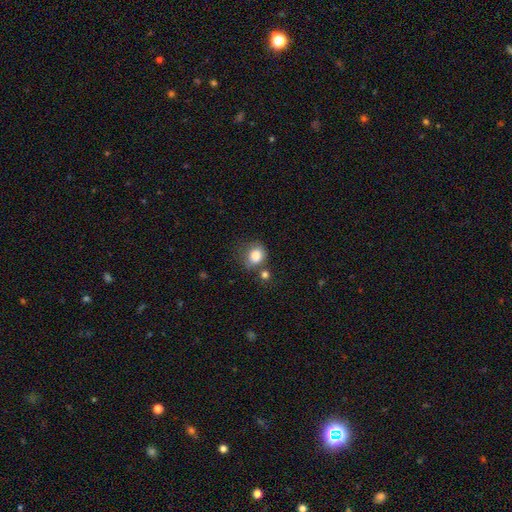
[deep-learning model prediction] smooth 83%, star or artifact 9%, featured or disk 8%. Down the decision tree: how rounded — round (62%); merging — none (48%).